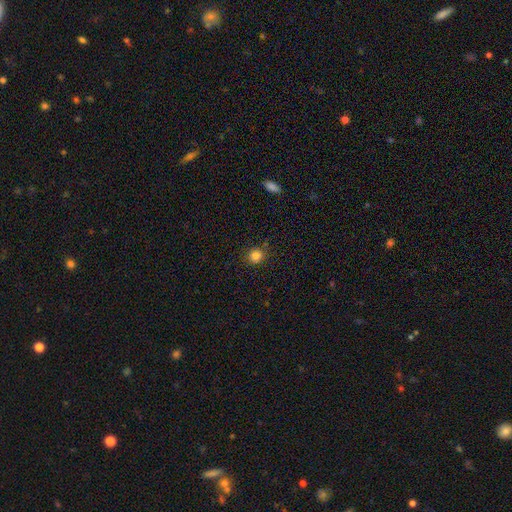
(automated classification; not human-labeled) Smooth or featured: smooth — 83% (star or artifact — 13%)
How rounded: round — 88% (in between — 11%)
Merging: none — 86% (minor disturbance — 9%)